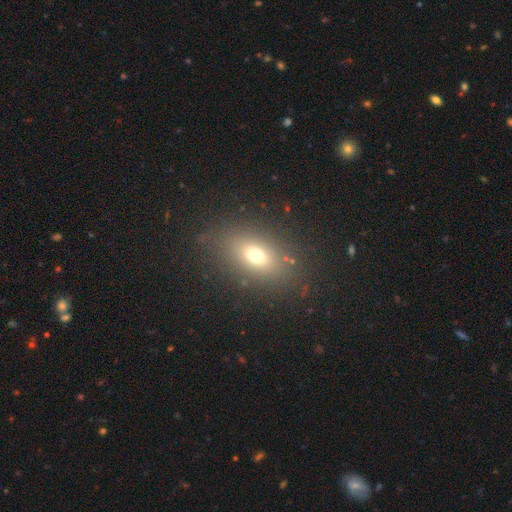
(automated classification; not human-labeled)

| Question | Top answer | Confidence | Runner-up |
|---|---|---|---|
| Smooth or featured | smooth | 69% | star or artifact (16%) |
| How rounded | in between | 75% | round (20%) |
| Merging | none | 83% | minor disturbance (10%) |